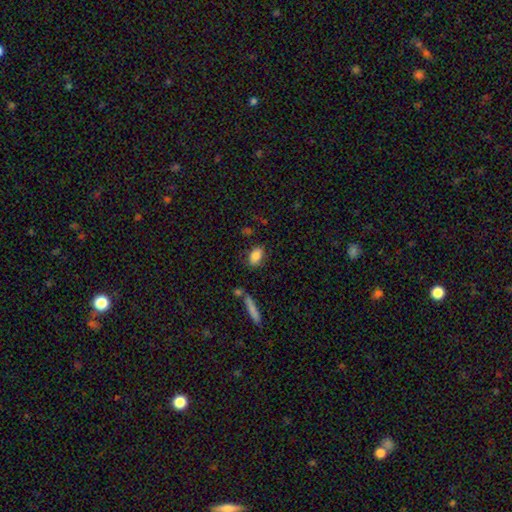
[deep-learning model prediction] Overall: smooth (84%). How rounded: in between (87%). Merging: none (79%).